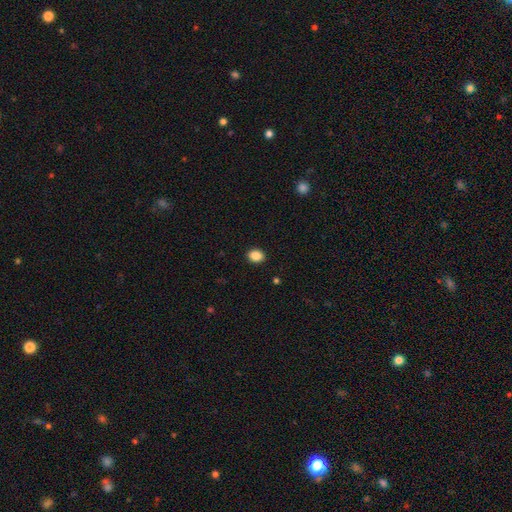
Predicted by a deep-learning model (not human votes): Q: Smooth or featured?
A: smooth (87%); runner-up: star or artifact (9%)
Q: How rounded?
A: in between (51%); runner-up: round (49%)
Q: Merging?
A: none (91%); runner-up: minor disturbance (6%)